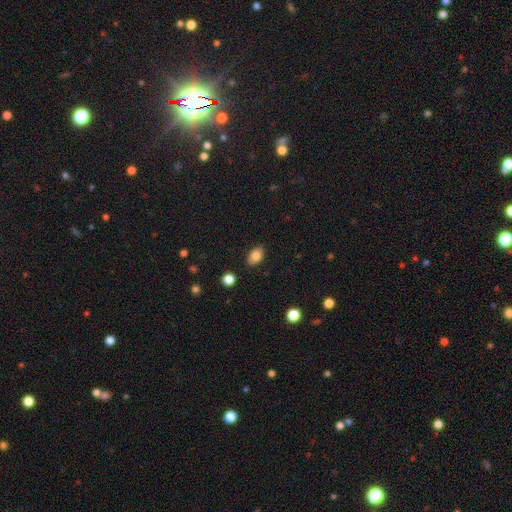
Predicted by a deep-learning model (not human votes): Morphology: type=smooth (83%); roundness=in between (87%); merging=none (86%).